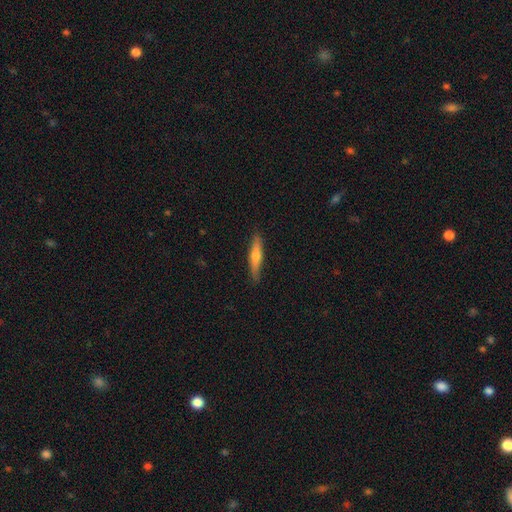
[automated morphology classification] Q: Smooth or featured?
A: featured or disk (48%); runner-up: smooth (46%)
Q: Merging?
A: none (88%); runner-up: minor disturbance (9%)